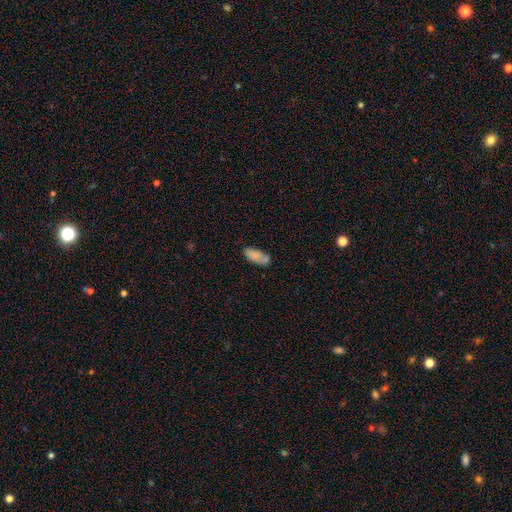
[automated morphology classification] Smooth or featured: smooth — 80% (featured or disk — 12%)
How rounded: in between — 83% (cigar-shaped — 15%)
Merging: none — 53% (minor disturbance — 23%)